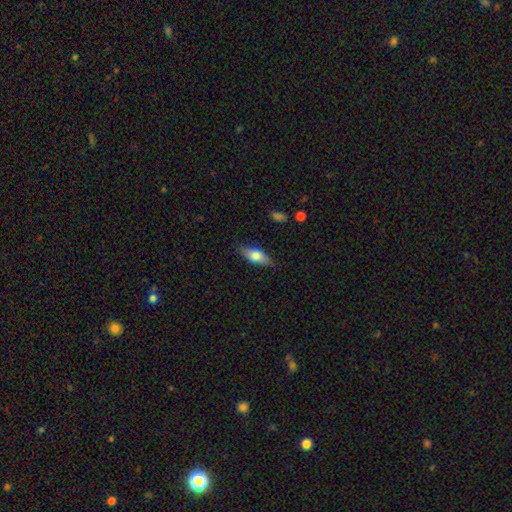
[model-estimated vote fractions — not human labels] Smooth or featured?
  - smooth: 63% *
  - featured or disk: 30%
  - star or artifact: 7%
How rounded?
  - in between: 75% *
  - cigar-shaped: 22%
  - round: 4%
Merging?
  - none: 79% *
  - minor disturbance: 16%
  - major disturbance: 3%
  - merger: 1%